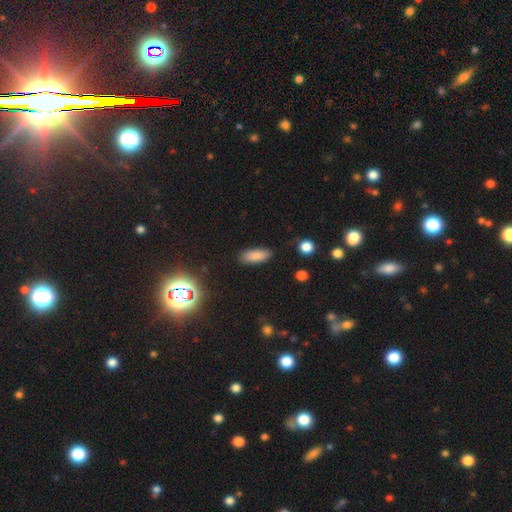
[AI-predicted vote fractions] This is clearly a smooth galaxy (84%). How rounded: likely in between (75%). Merging: clearly none (85%).